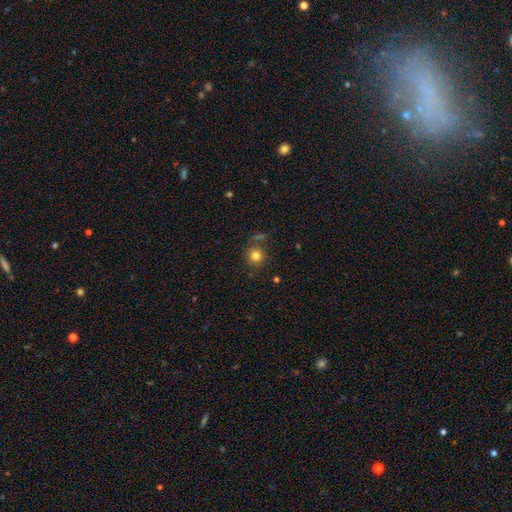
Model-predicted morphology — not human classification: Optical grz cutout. It shows a smooth galaxy with no disk features (80%) that is round (90%). Merging: none (77%).